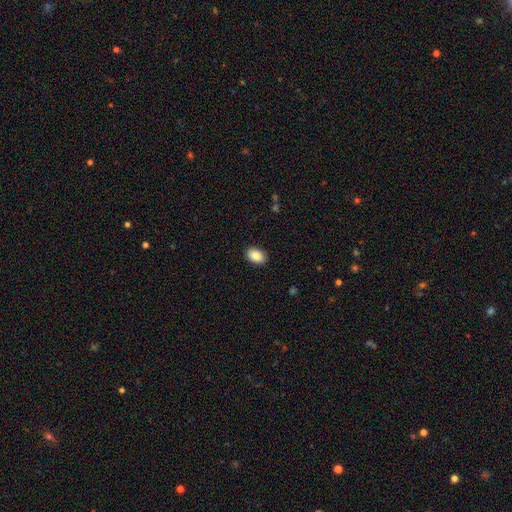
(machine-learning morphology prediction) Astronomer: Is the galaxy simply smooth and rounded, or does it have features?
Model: smooth — 86%.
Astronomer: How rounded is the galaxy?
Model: in between — 86%.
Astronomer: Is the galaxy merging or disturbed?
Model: none — 90%.